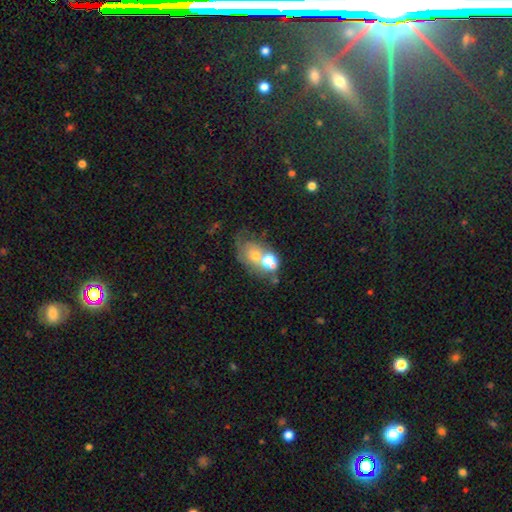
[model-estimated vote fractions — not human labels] smooth 50%, featured or disk 34%, star or artifact 15%. Down the decision tree: how rounded — in between (62%); merging — merger (43%).